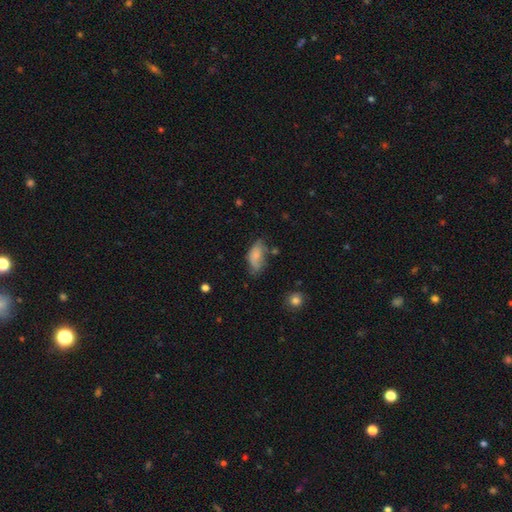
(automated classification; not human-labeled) This appears to be a smooth galaxy with no disk features (73%) that is in between round and cigar-shaped (90%). Merging: none (42%).